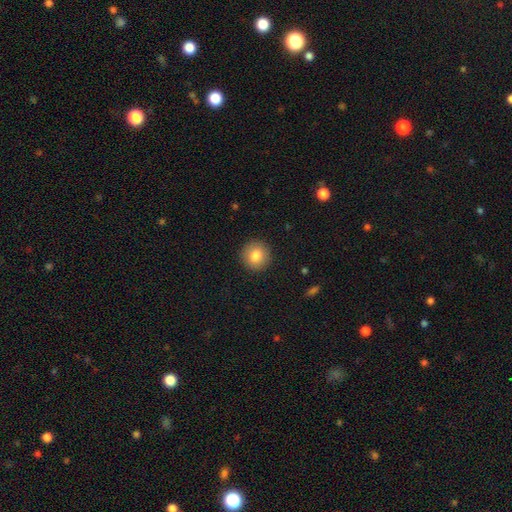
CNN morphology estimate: Smooth or featured: smooth — 83% (featured or disk — 9%)
How rounded: round — 93% (in between — 6%)
Merging: none — 92% (minor disturbance — 6%)